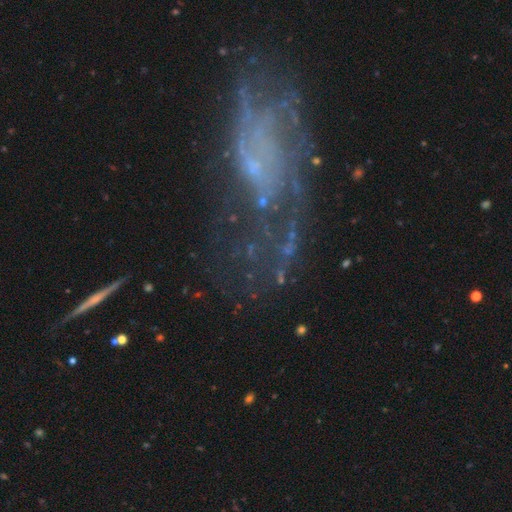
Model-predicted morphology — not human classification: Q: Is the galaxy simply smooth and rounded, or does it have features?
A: featured or disk — 72%.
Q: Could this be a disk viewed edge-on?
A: no — 91%.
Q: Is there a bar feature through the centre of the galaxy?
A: no — 72%.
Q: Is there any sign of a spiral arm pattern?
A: yes — 68%.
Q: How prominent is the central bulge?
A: none — 46%.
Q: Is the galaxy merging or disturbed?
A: none — 41%.